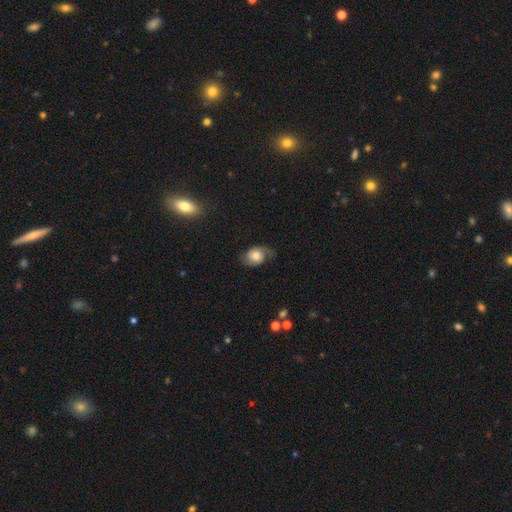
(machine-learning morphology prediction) Q: Smooth or featured?
A: smooth (51%); runner-up: featured or disk (39%)
Q: How rounded?
A: in between (62%); runner-up: round (37%)
Q: Merging?
A: none (56%); runner-up: minor disturbance (28%)